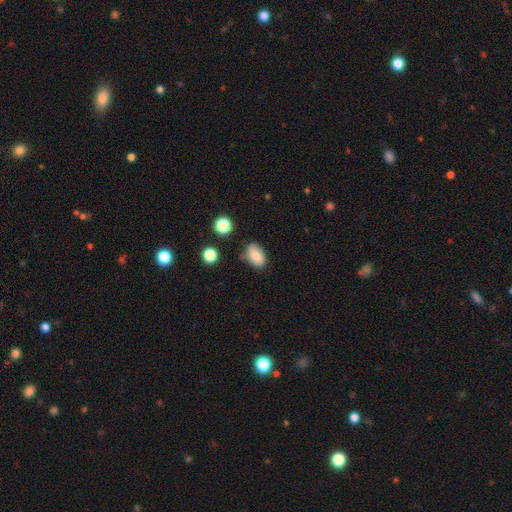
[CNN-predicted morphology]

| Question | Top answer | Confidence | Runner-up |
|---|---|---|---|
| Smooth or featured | smooth | 79% | featured or disk (11%) |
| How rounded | in between | 88% | round (11%) |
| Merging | none | 71% | minor disturbance (21%) |